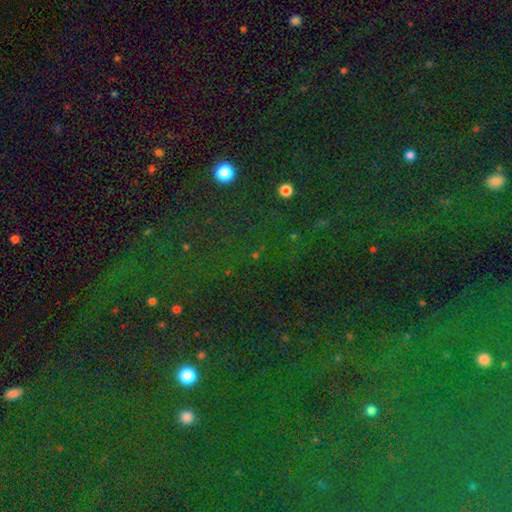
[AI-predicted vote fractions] Smooth or featured?
  - star or artifact: 70% *
  - smooth: 22%
  - featured or disk: 8%